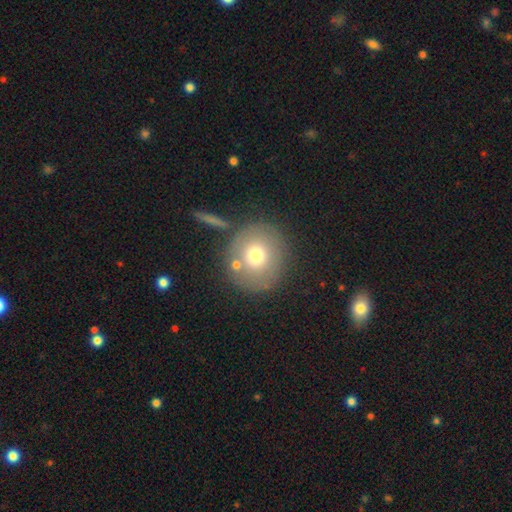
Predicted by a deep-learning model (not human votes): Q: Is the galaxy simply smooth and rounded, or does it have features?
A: smooth — 70%.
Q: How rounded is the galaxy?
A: round — 92%.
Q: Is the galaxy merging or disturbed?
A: none — 76%.